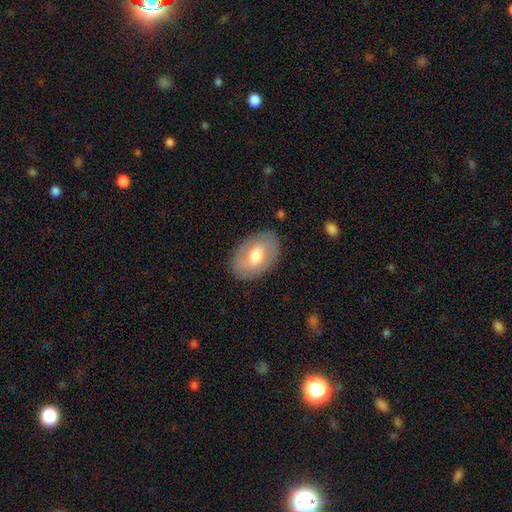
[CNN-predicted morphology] This appears to be a smooth galaxy with no disk features (50%) that is in between round and cigar-shaped (86%). Merging: none (84%).